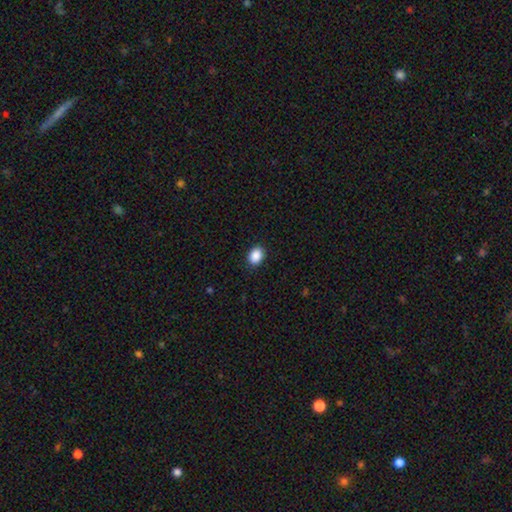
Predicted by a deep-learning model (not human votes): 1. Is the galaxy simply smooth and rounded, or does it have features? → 89% smooth, 8% star or artifact, 2% featured or disk.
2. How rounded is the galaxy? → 64% in between, 35% round, 1% cigar-shaped.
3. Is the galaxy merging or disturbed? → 90% none, 7% minor disturbance, 2% major disturbance, 1% merger.